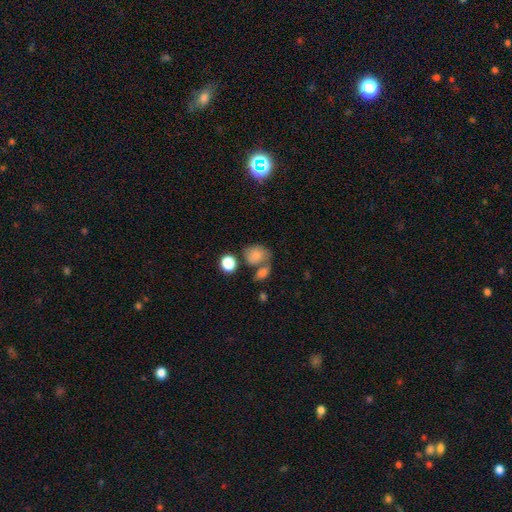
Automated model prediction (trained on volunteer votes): Smooth or featured? smooth (77%)
How rounded? round (60%)
Merging? none (40%)